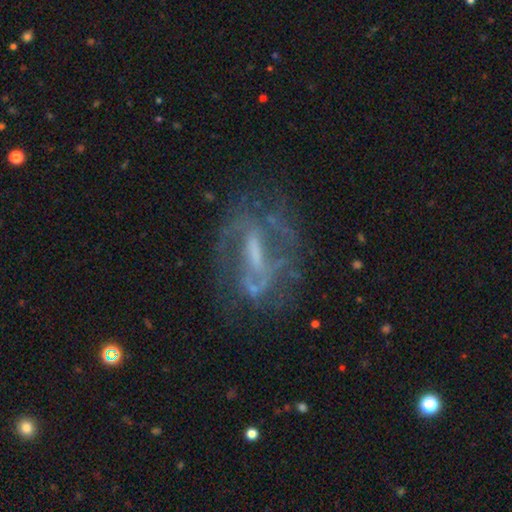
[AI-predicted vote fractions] Smooth or featured? Predicted: featured or disk (p=0.78). Edge-on disk? Predicted: no (p=0.91). Bar? Predicted: strong (p=0.45). Spiral arms? Predicted: yes (p=0.65). Bulge size? Predicted: small (p=0.35). Merging? Predicted: none (p=0.59).